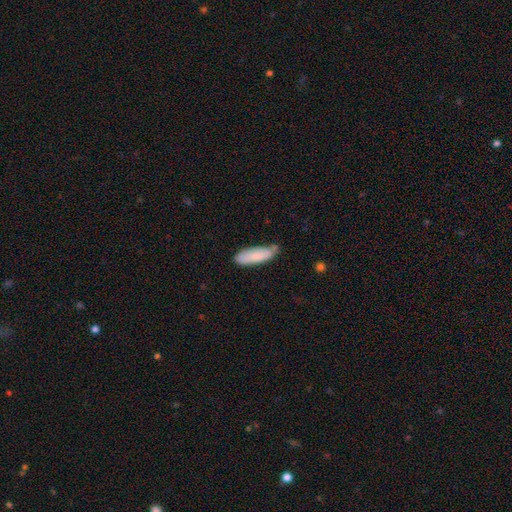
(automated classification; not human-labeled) Smooth or featured: smooth — 84% (featured or disk — 10%)
How rounded: cigar-shaped — 51% (in between — 48%)
Merging: none — 67% (minor disturbance — 25%)